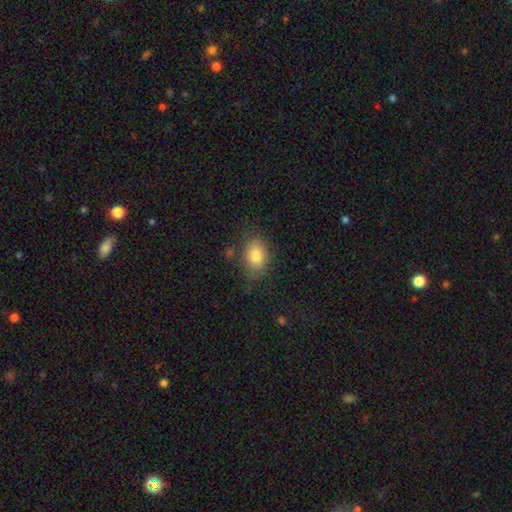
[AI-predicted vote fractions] smooth 81%, featured or disk 11%, star or artifact 8%. Down the decision tree: how rounded — in between (84%); merging — none (72%).